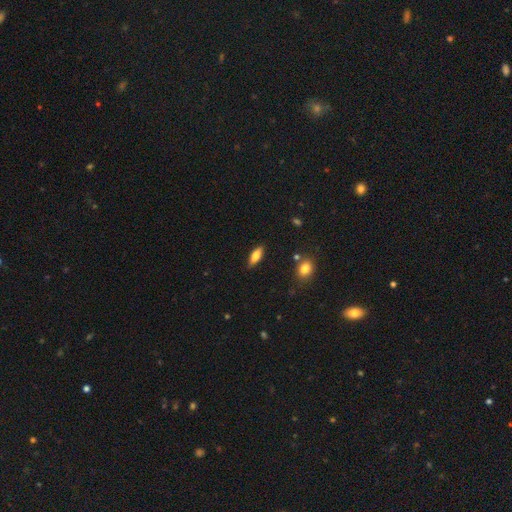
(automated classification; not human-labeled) Overall: smooth (75%). How rounded: in between (70%). Merging: none (86%).